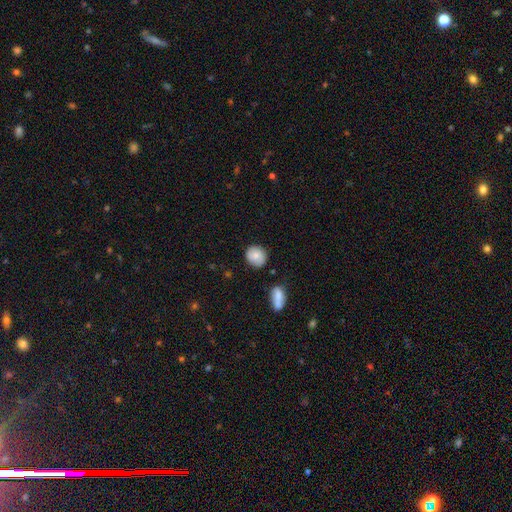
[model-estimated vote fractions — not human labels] Smooth or featured? smooth (79%)
How rounded? round (75%)
Merging? none (81%)